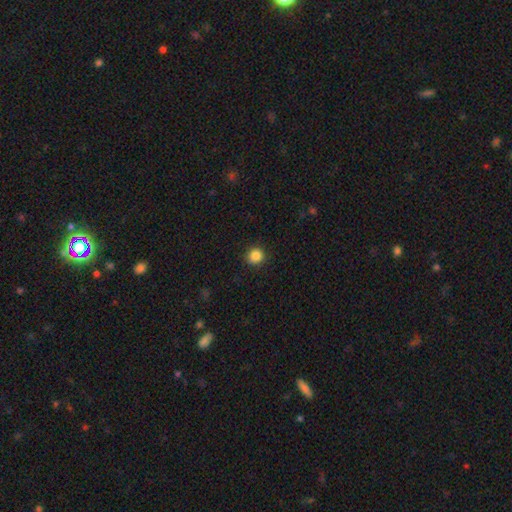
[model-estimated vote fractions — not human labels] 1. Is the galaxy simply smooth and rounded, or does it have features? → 85% smooth, 11% star or artifact, 4% featured or disk.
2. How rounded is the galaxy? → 92% round, 7% in between, 1% cigar-shaped.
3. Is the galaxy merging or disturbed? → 92% none, 5% minor disturbance, 2% major disturbance, 1% merger.